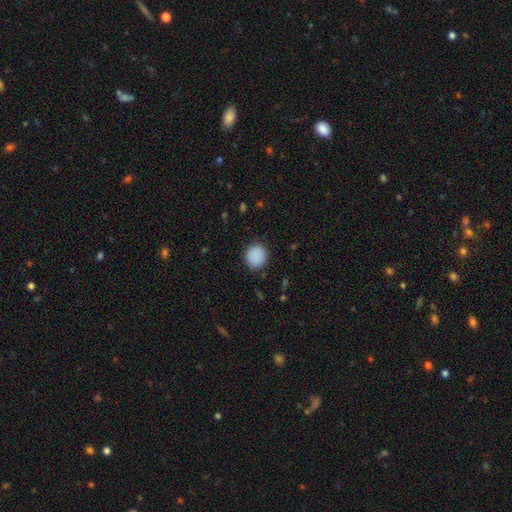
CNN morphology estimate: Smooth or featured: smooth — 89% (star or artifact — 8%)
How rounded: round — 88% (in between — 11%)
Merging: none — 88% (minor disturbance — 8%)